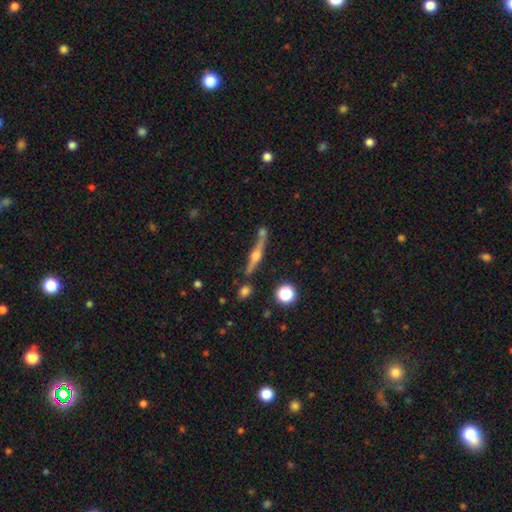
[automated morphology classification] A featured or disk galaxy (75%) viewed edge-on (96%) with a rounded central bulge (93%). Merging: none (70%).